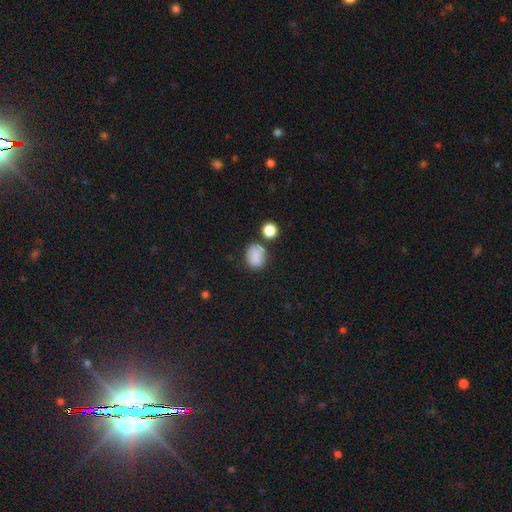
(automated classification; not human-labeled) Overall: smooth (80%). How rounded: round (53%; in between 45%). Merging: none (64%).